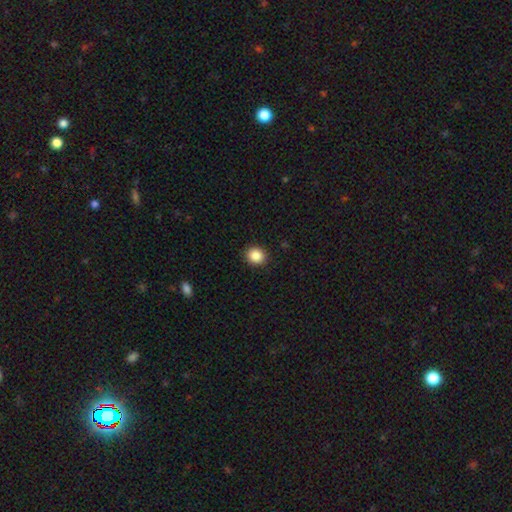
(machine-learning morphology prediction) This appears to be a smooth galaxy with no disk features (88%) that is round (77%). Merging: none (91%).